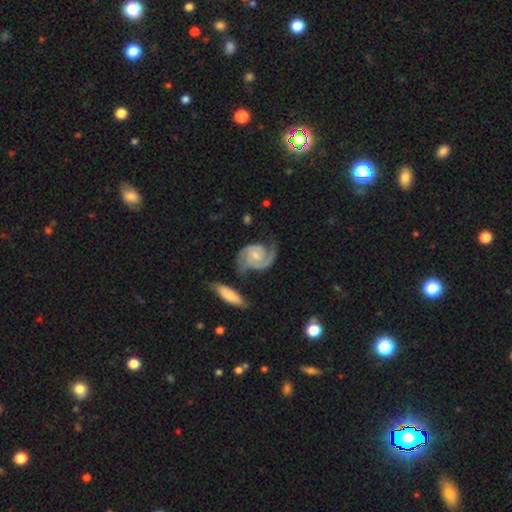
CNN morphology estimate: smooth_or_featured: featured or disk (p=0.88) [alt: smooth p=0.08]
disk_edge_on: no (p=0.97) [alt: yes p=0.03]
bar: no (p=0.58) [alt: weak p=0.35]
has_spiral_arms: yes (p=0.98) [alt: no p=0.02]
spiral_winding: tight (p=0.47) [alt: medium p=0.43]
spiral_arm_count: 2 (p=0.84) [alt: 1 p=0.05]
bulge_size: small (p=0.48) [alt: moderate p=0.40]
merging: none (p=0.59) [alt: minor disturbance p=0.19]